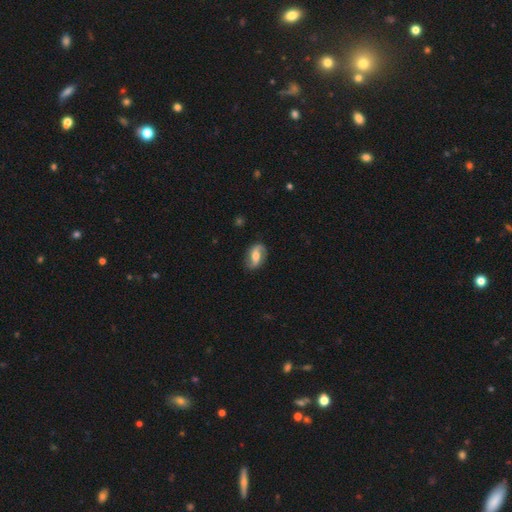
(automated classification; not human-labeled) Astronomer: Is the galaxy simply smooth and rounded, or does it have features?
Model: featured or disk — 72%.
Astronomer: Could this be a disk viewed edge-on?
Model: no — 95%.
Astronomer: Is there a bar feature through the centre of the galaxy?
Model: weak — 37% (runner-up: no, 32%).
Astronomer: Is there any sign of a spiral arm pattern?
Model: yes — 90%.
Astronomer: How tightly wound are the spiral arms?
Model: loose — 54% (runner-up: medium, 32%).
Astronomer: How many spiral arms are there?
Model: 2 — 91%.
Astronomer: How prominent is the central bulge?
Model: moderate — 67%.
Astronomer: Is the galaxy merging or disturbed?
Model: none — 83%.